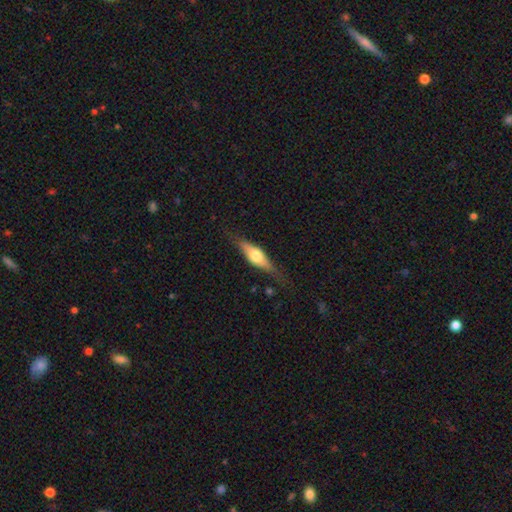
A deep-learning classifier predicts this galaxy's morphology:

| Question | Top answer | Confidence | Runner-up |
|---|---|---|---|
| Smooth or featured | featured or disk | 55% | smooth (39%) |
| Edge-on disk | yes | 91% | no (9%) |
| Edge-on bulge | rounded | 90% | boxy (8%) |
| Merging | none | 76% | minor disturbance (17%) |